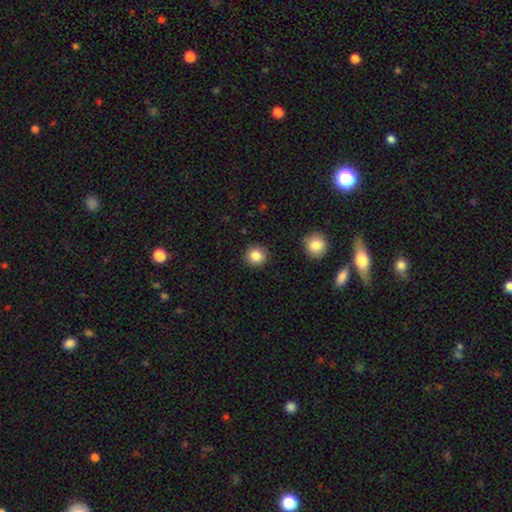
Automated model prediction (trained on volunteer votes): A smooth galaxy with no disk features (85%) that is round (93%). Merging: none (91%).